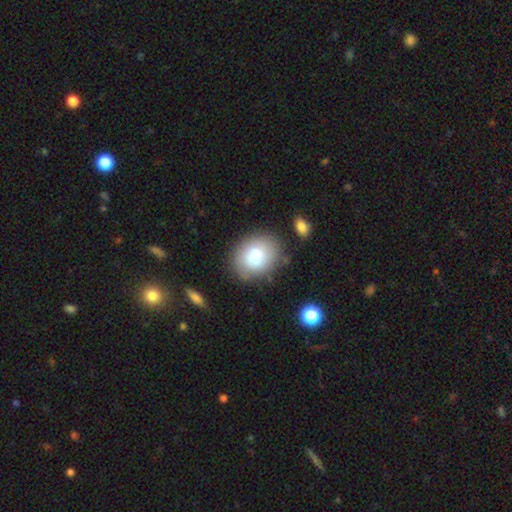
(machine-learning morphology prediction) A smooth galaxy with no disk features (78%) that is round (55%). Merging: none (74%).